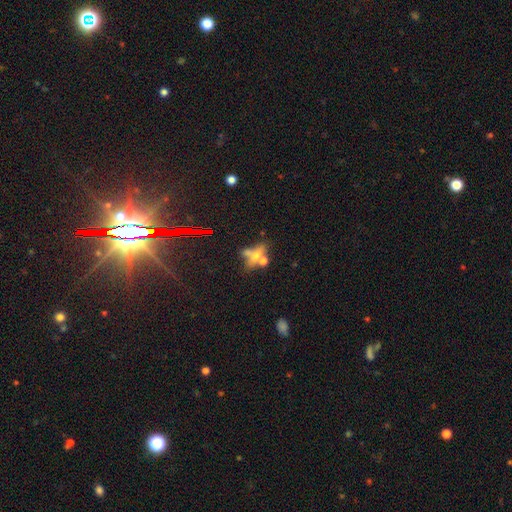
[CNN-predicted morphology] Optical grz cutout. It shows a smooth galaxy with no disk features (44%). Merging: merger (41%).